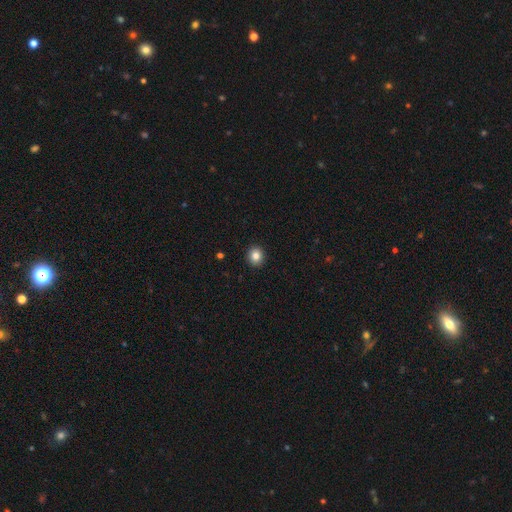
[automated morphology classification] Smooth or featured? Predicted: smooth (p=0.84). How rounded? Predicted: round (p=0.86). Merging? Predicted: none (p=0.93).